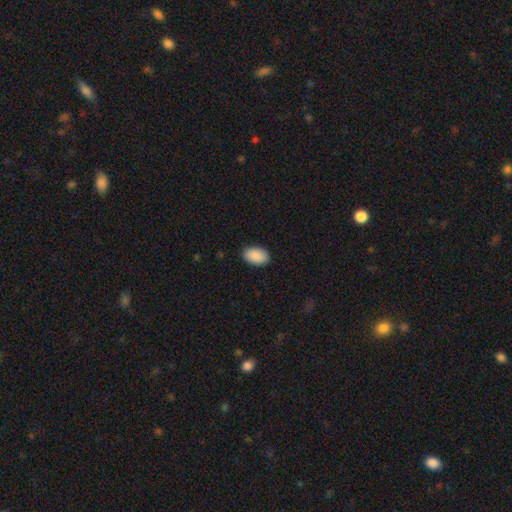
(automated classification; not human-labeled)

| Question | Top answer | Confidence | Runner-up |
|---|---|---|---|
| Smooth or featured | smooth | 91% | star or artifact (6%) |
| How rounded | in between | 92% | round (7%) |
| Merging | none | 89% | minor disturbance (8%) |